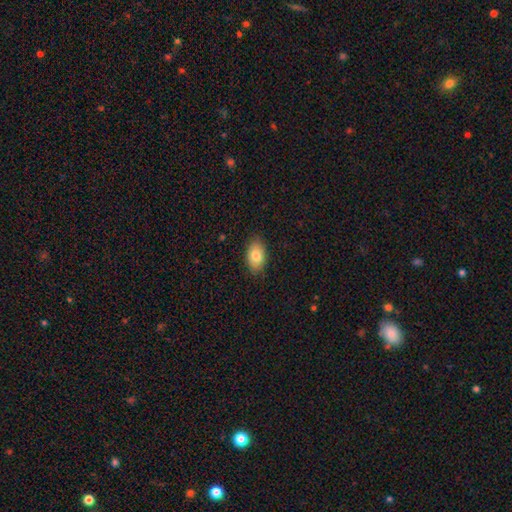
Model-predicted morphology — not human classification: Smooth or featured? Predicted: smooth (p=0.80). How rounded? Predicted: in between (p=0.92). Merging? Predicted: none (p=0.87).